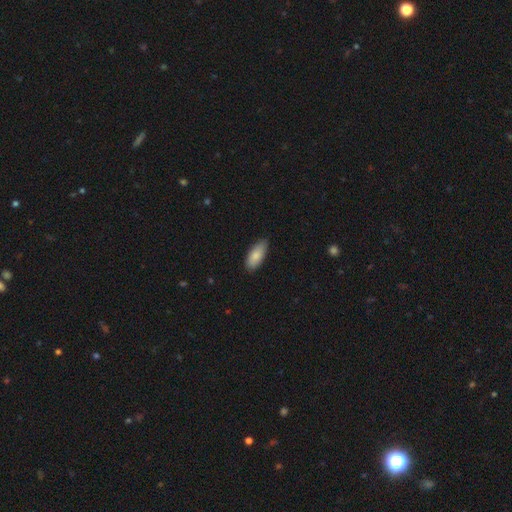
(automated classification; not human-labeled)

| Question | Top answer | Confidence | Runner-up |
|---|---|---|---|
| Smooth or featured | smooth | 85% | featured or disk (10%) |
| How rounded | in between | 86% | cigar-shaped (12%) |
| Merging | none | 82% | minor disturbance (15%) |